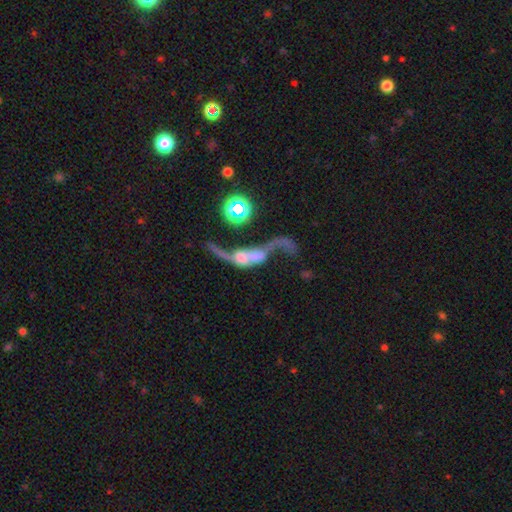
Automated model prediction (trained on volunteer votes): A featured or disk galaxy (65%) with no bar (68%), spiral arms (58%) and no central bulge (43%).

Vote fractions:
- Smooth or featured? featured or disk: 65% / smooth: 22% / star or artifact: 13%
- Edge-on disk? no: 84% / yes: 16%
- Bar? no: 68% / weak: 20% / strong: 12%
- Spiral arms? yes: 58% / no: 42%
- Bulge size? none: 43% / small: 19% / moderate: 18% / large: 13% / dominant: 6%
- Merging? merger: 49% / major disturbance: 30% / none: 14% / minor disturbance: 8%